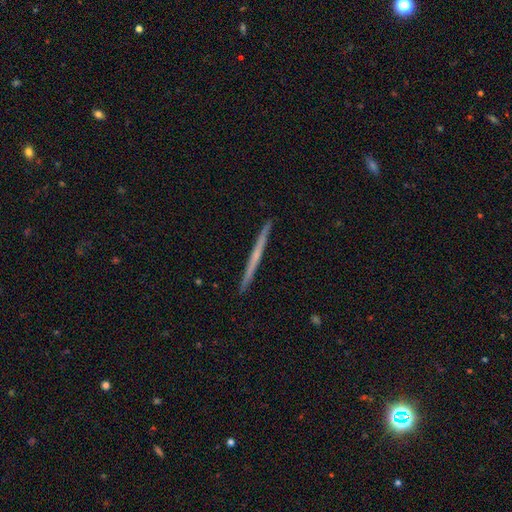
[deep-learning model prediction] featured or disk 62%, smooth 32%, star or artifact 6%. Down the decision tree: edge-on disk — yes (98%); edge-on bulge — none (77%); merging — none (93%).